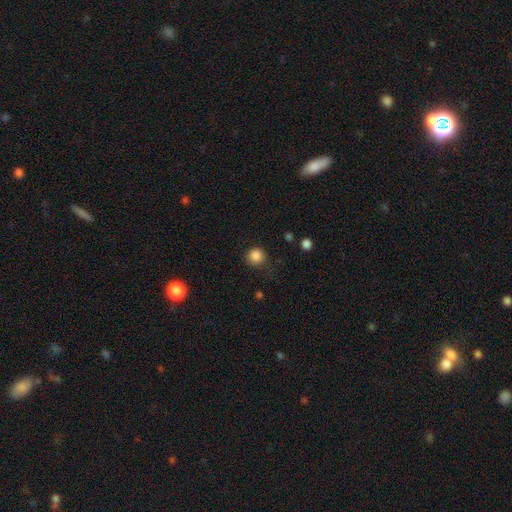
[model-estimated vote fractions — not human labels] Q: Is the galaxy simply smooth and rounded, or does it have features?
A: smooth — 85%.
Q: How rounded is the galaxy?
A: round — 93%.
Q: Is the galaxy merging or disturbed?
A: none — 79%.